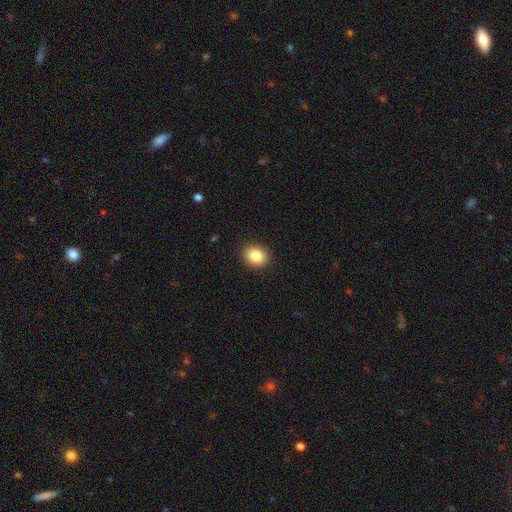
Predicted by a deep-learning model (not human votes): smooth_or_featured: smooth (p=0.86) [alt: star or artifact p=0.09]
how_rounded: round (p=0.61) [alt: in between p=0.38]
merging: none (p=0.90) [alt: minor disturbance p=0.07]